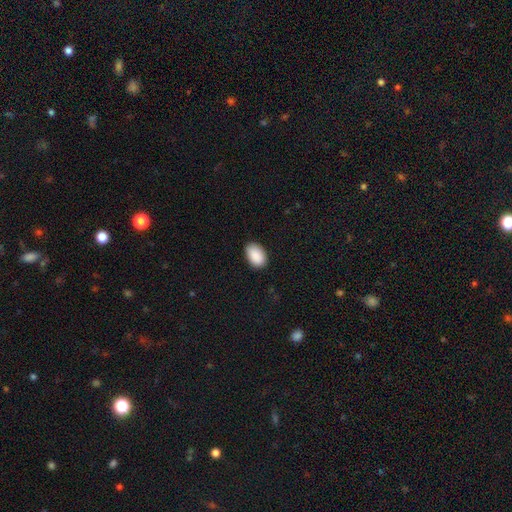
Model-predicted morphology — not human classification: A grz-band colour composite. It shows a smooth galaxy with no disk features (91%) that is in between round and cigar-shaped (92%). Merging: none (87%).